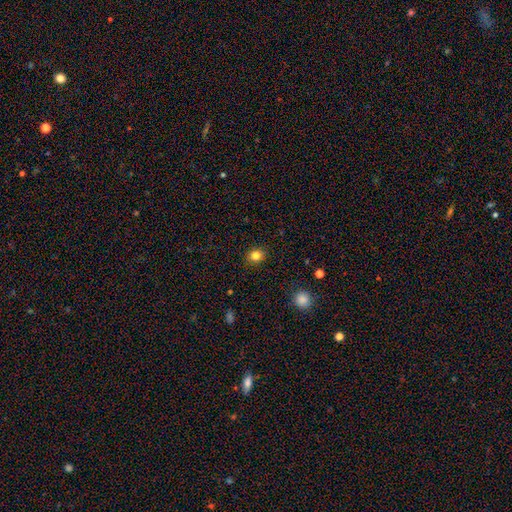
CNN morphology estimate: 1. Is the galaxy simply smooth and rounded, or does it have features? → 82% smooth, 12% star or artifact, 6% featured or disk.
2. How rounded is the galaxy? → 68% round, 31% in between, 1% cigar-shaped.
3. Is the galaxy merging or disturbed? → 90% none, 7% minor disturbance, 2% major disturbance, 1% merger.